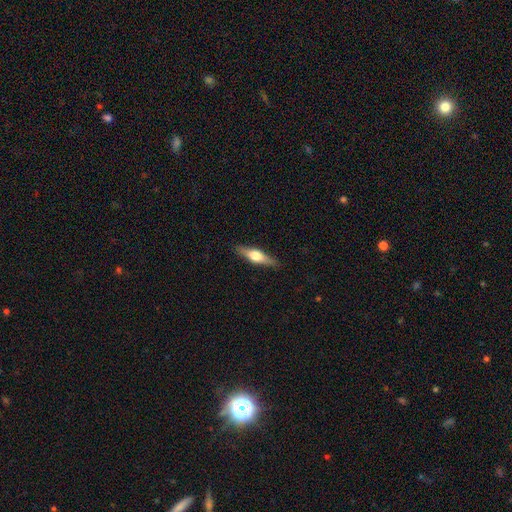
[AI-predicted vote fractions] Q: Smooth or featured?
A: featured or disk (55%); runner-up: smooth (39%)
Q: Edge-on disk?
A: yes (95%); runner-up: no (5%)
Q: Edge-on bulge?
A: rounded (92%); runner-up: boxy (6%)
Q: Merging?
A: none (88%); runner-up: minor disturbance (9%)